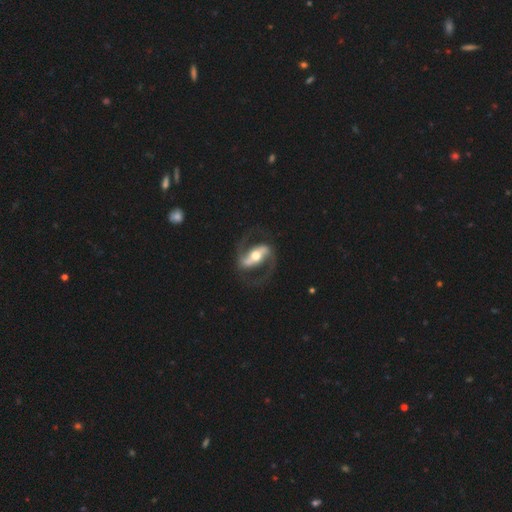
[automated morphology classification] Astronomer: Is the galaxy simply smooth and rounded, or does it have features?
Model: featured or disk — 89%.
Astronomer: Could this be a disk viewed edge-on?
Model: no — 95%.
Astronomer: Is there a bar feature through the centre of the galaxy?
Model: strong — 65%.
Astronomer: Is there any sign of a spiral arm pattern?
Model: yes — 94%.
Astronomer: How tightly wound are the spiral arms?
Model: medium — 54% (runner-up: loose, 30%).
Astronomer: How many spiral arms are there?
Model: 2 — 93%.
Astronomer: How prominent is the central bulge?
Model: moderate — 69%.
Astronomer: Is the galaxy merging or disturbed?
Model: none — 77%.